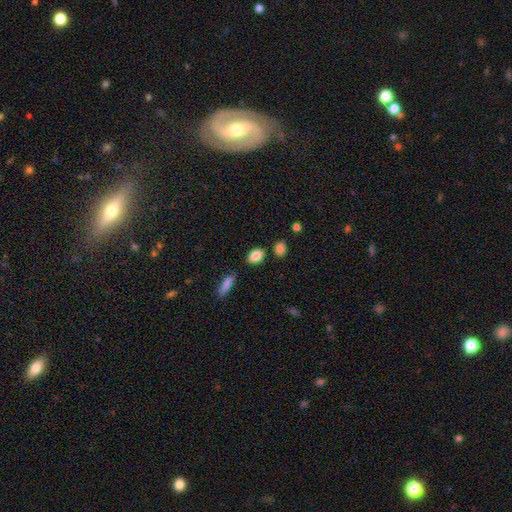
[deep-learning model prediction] A smooth galaxy with no disk features (86%) that is in between round and cigar-shaped (83%).

Vote fractions:
- Smooth or featured? smooth: 86% / star or artifact: 8% / featured or disk: 6%
- How rounded? in between: 83% / round: 14% / cigar-shaped: 3%
- Merging? none: 80% / minor disturbance: 11% / merger: 6% / major disturbance: 3%